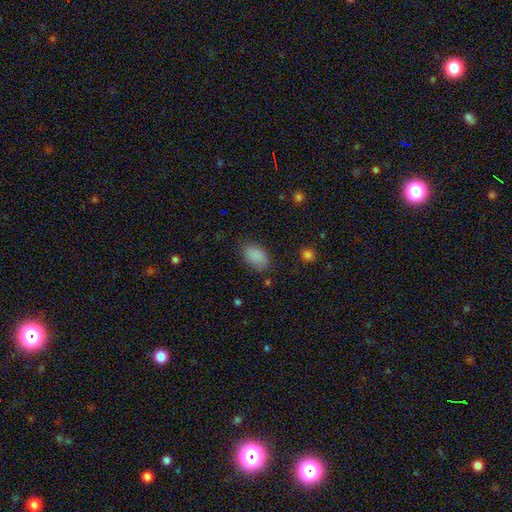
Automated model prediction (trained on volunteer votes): A smooth galaxy with no disk features (87%) that is in between round and cigar-shaped (90%). Merging: none (79%).